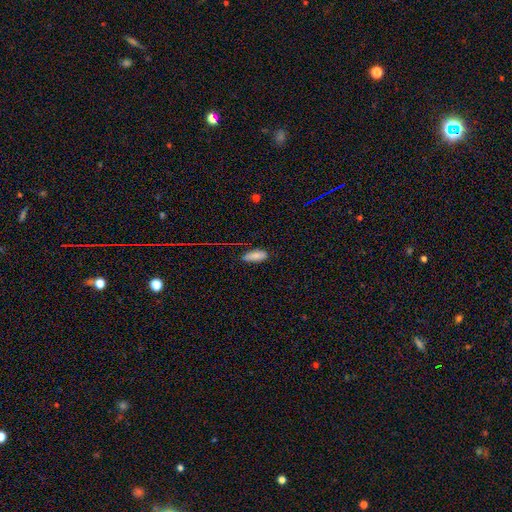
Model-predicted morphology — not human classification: The model was most divided on "how rounded": in between: 77%, cigar-shaped: 21%, round: 2%. More confident: smooth or featured — smooth (85%); merging — none (80%).